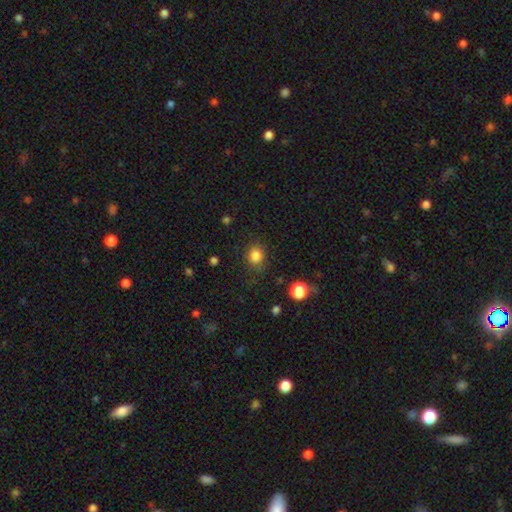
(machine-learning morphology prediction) Smooth or featured? Predicted: smooth (p=0.83). How rounded? Predicted: round (p=0.74). Merging? Predicted: none (p=0.80).